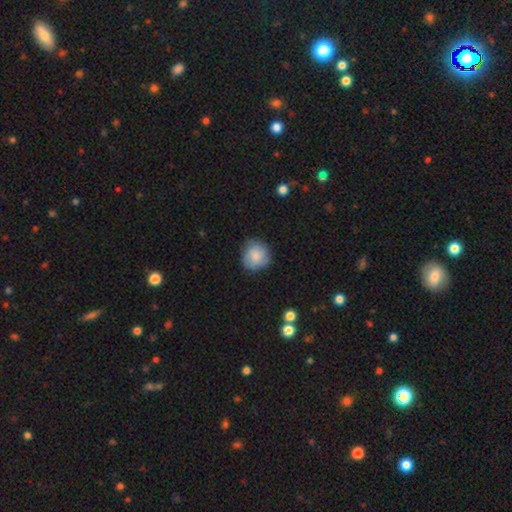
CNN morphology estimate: Smooth or featured?
  - smooth: 78% *
  - featured or disk: 15%
  - star or artifact: 7%
How rounded?
  - round: 87% *
  - in between: 12%
  - cigar-shaped: 1%
Merging?
  - none: 75% *
  - minor disturbance: 19%
  - major disturbance: 4%
  - merger: 1%